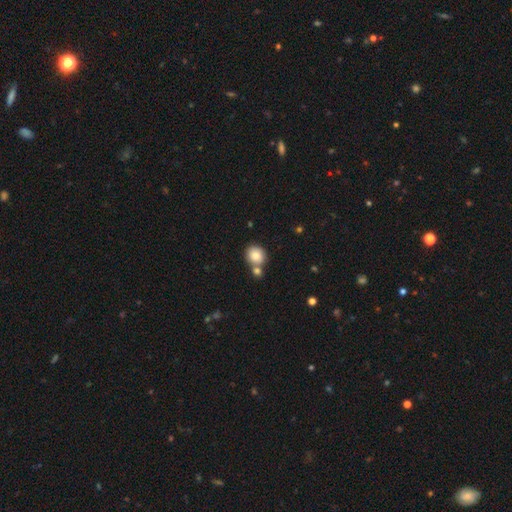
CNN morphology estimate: A smooth galaxy with no disk features (82%) that is round (78%).

Vote fractions:
- Smooth or featured? smooth: 82% / featured or disk: 9% / star or artifact: 9%
- How rounded? round: 78% / in between: 21% / cigar-shaped: 1%
- Merging? none: 55% / merger: 33% / minor disturbance: 10% / major disturbance: 3%